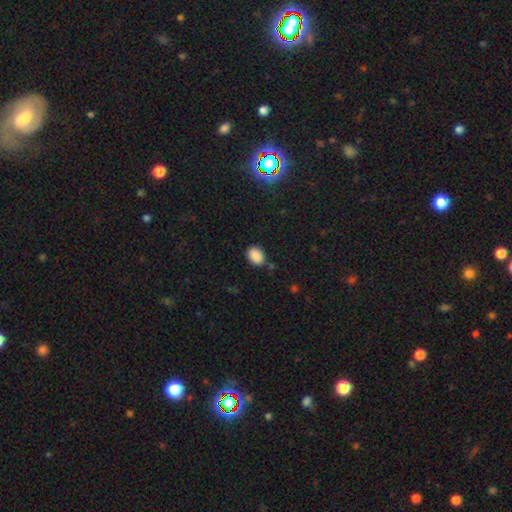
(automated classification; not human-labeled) A smooth galaxy with no disk features (88%) that is in between round and cigar-shaped (70%). Merging: none (79%).